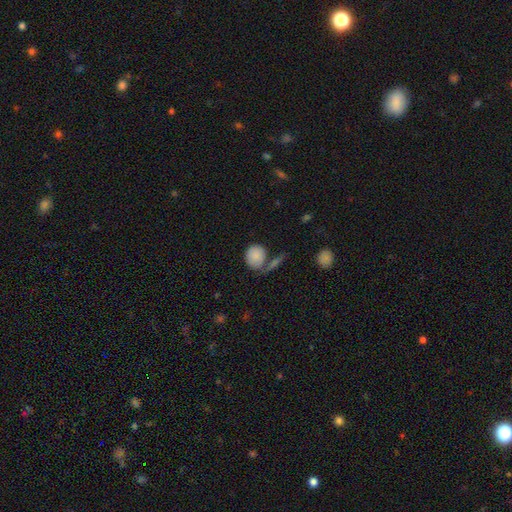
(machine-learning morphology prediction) smooth 83%, featured or disk 9%, star or artifact 8%. Down the decision tree: how rounded — round (71%); merging — none (55%).